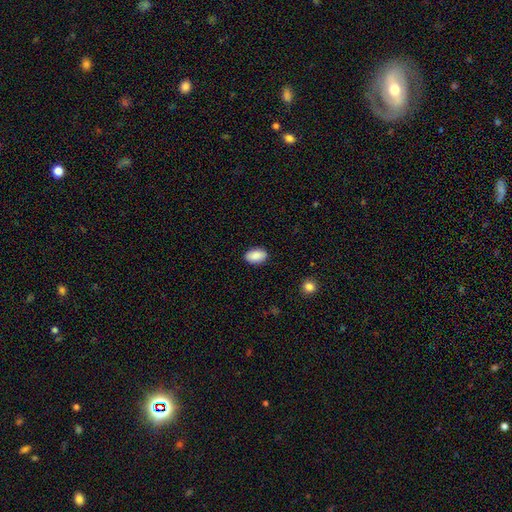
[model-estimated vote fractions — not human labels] smooth_or_featured: smooth (p=0.88) [alt: star or artifact p=0.07]
how_rounded: in between (p=0.90) [alt: round p=0.08]
merging: none (p=0.88) [alt: minor disturbance p=0.09]